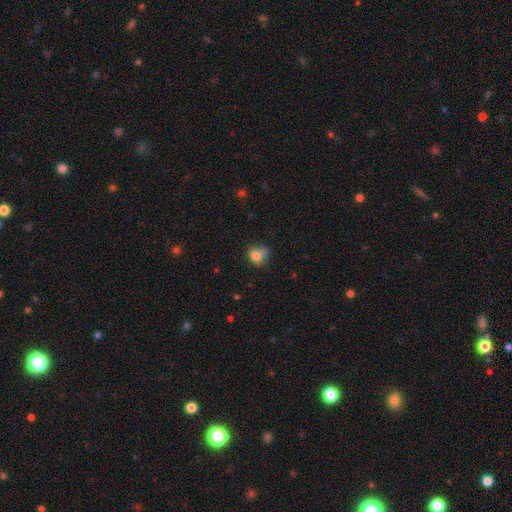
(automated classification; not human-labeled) A smooth galaxy with no disk features (76%) that is round (55%). Merging: none (40%).